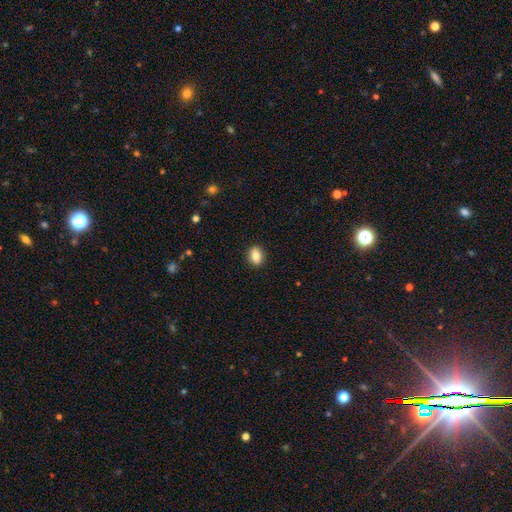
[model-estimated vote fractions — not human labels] Morphology: type=smooth (82%); roundness=in between (66%); merging=none (90%).